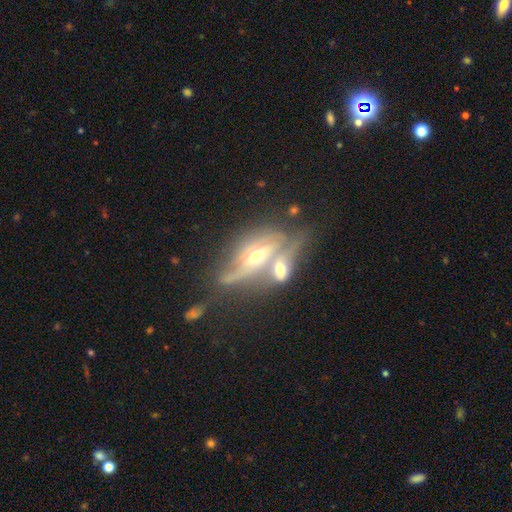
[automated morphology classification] Q: Smooth or featured?
A: featured or disk (73%); runner-up: smooth (19%)
Q: Edge-on disk?
A: no (56%); runner-up: yes (44%)
Q: Merging?
A: merger (57%); runner-up: none (21%)